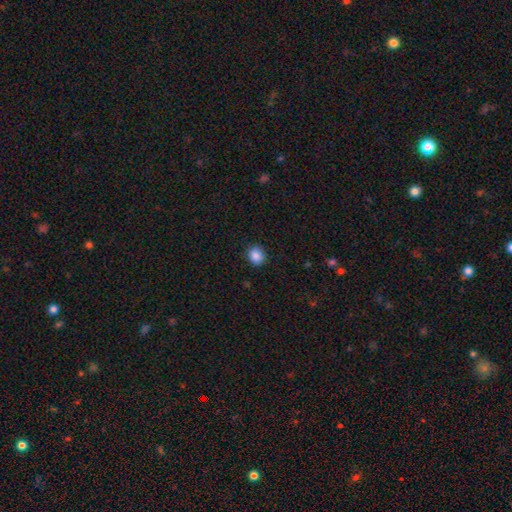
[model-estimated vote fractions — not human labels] smooth-or-featured: smooth: 88% | star or artifact: 9% | featured or disk: 3%
  how-rounded: round: 70% | in between: 29% | cigar-shaped: 1%
  merging: none: 89% | minor disturbance: 8% | major disturbance: 2% | merger: 1%